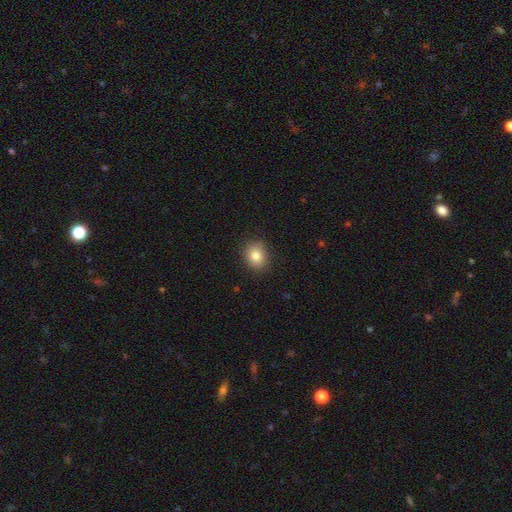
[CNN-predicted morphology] smooth-or-featured: smooth: 83% | star or artifact: 10% | featured or disk: 7%
  how-rounded: round: 59% | in between: 40% | cigar-shaped: 1%
  merging: none: 86% | minor disturbance: 10% | major disturbance: 2% | merger: 1%